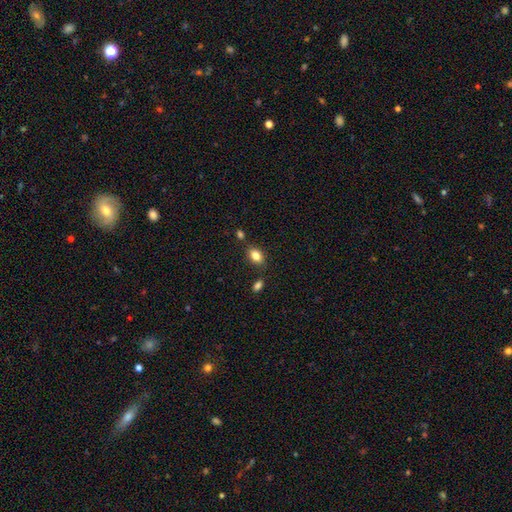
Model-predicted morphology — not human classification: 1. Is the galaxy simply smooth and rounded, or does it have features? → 84% smooth, 9% star or artifact, 7% featured or disk.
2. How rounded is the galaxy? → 85% in between, 13% round, 2% cigar-shaped.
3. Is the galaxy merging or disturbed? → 78% none, 12% minor disturbance, 7% merger, 3% major disturbance.